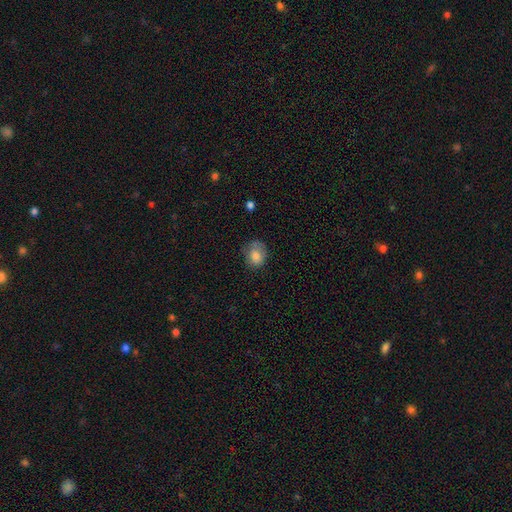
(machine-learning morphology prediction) Smooth or featured: smooth — 79% (featured or disk — 12%)
How rounded: round — 52% (in between — 47%)
Merging: none — 60% (minor disturbance — 28%)